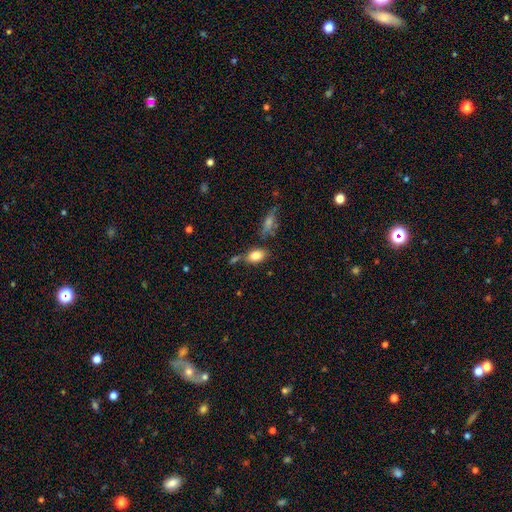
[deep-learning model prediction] This is clearly a smooth galaxy (83%). How rounded: clearly in between (87%). Merging: likely none (65%).